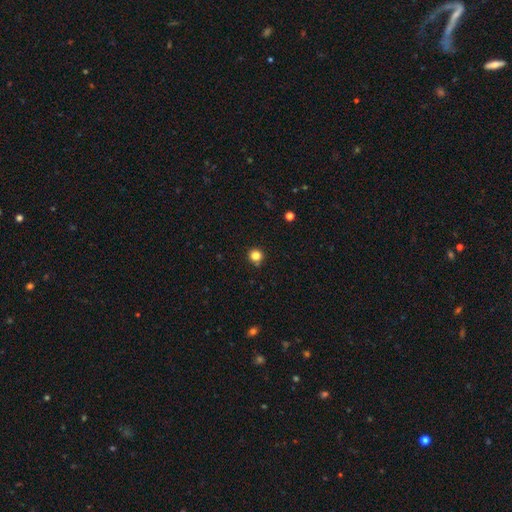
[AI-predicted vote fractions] Smooth or featured?
  - smooth: 83% *
  - star or artifact: 13%
  - featured or disk: 4%
How rounded?
  - round: 94% *
  - in between: 6%
  - cigar-shaped: 1%
Merging?
  - none: 88% *
  - minor disturbance: 8%
  - merger: 3%
  - major disturbance: 2%